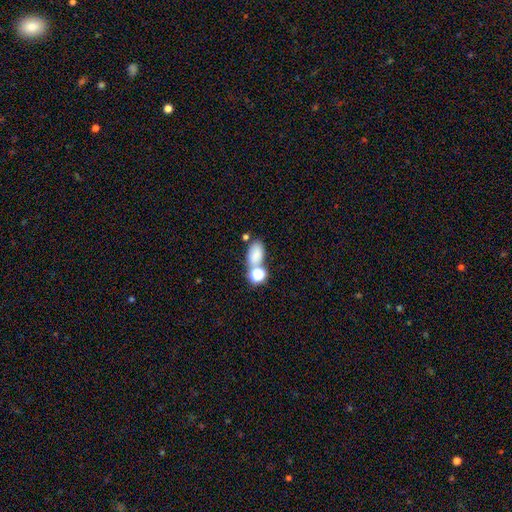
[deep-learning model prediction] Morphology: type=smooth (77%); roundness=in between (85%); merging=none (51%).